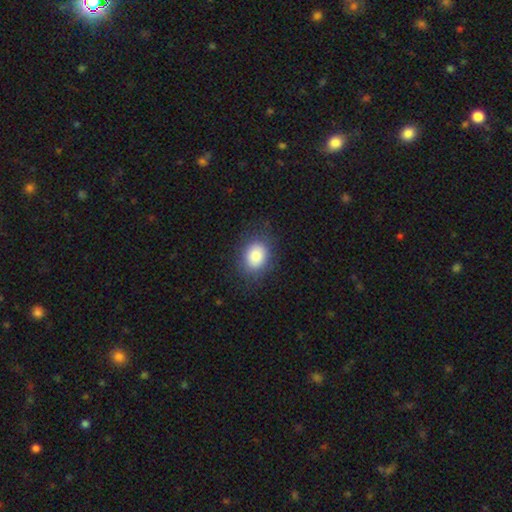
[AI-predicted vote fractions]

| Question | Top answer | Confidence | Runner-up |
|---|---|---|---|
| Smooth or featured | smooth | 84% | star or artifact (8%) |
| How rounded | in between | 63% | round (36%) |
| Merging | none | 81% | minor disturbance (13%) |